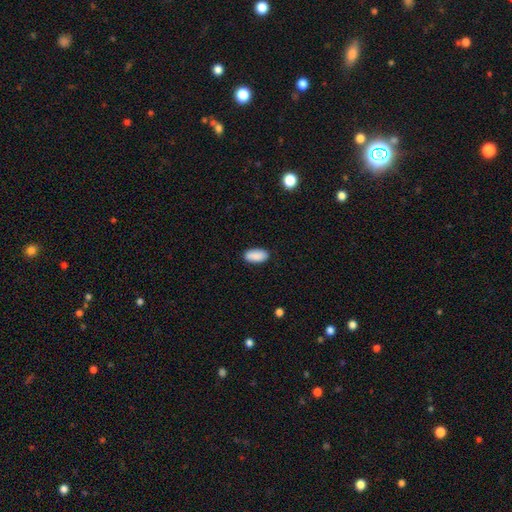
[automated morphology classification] Smooth or featured?
  - smooth: 90% *
  - star or artifact: 6%
  - featured or disk: 3%
How rounded?
  - in between: 94% *
  - cigar-shaped: 4%
  - round: 2%
Merging?
  - none: 87% *
  - minor disturbance: 10%
  - major disturbance: 2%
  - merger: 1%